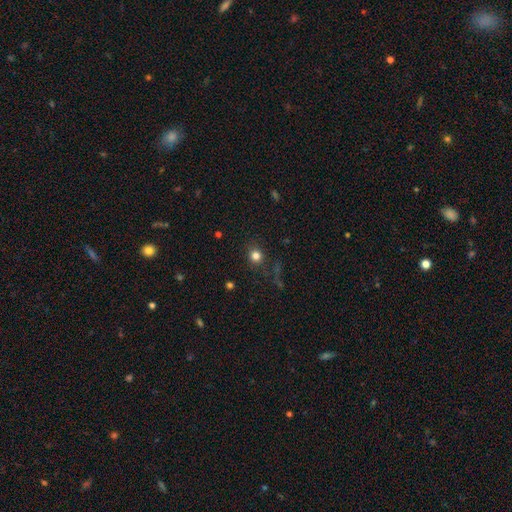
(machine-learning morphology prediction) The model was most divided on "smooth or featured": smooth: 79%, star or artifact: 15%, featured or disk: 6%. More confident: how rounded — round (87%); merging — none (84%).